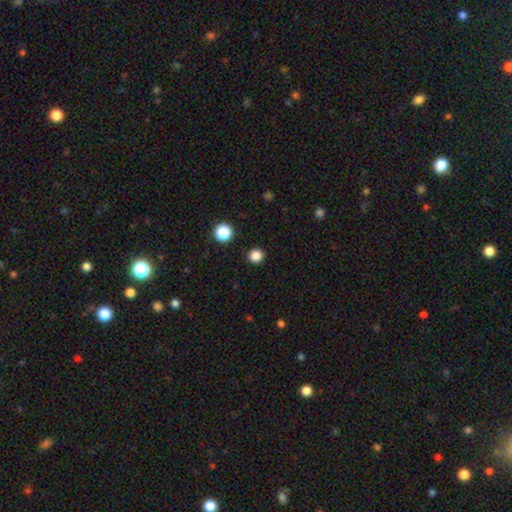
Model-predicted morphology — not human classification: Smooth or featured? Predicted: smooth (p=0.84). How rounded? Predicted: round (p=0.95). Merging? Predicted: none (p=0.92).